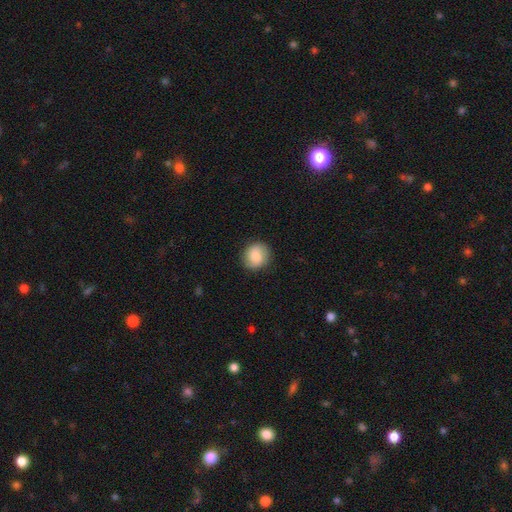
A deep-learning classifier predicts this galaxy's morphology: smooth-or-featured: smooth: 81% | featured or disk: 11% | star or artifact: 7%
  how-rounded: round: 83% | in between: 16% | cigar-shaped: 1%
  merging: none: 87% | minor disturbance: 9% | major disturbance: 2% | merger: 1%